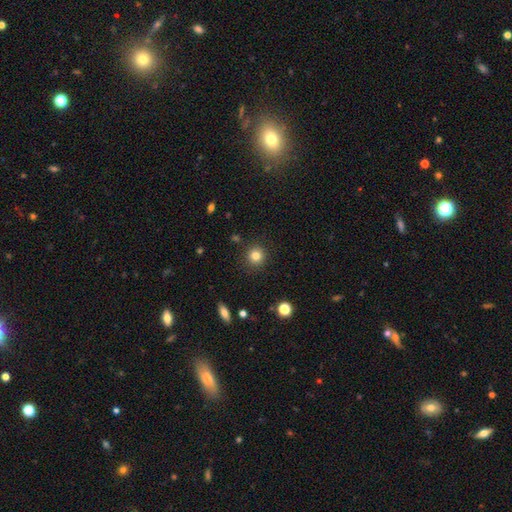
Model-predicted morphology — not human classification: Overall: smooth (82%). How rounded: round (93%). Merging: none (90%).